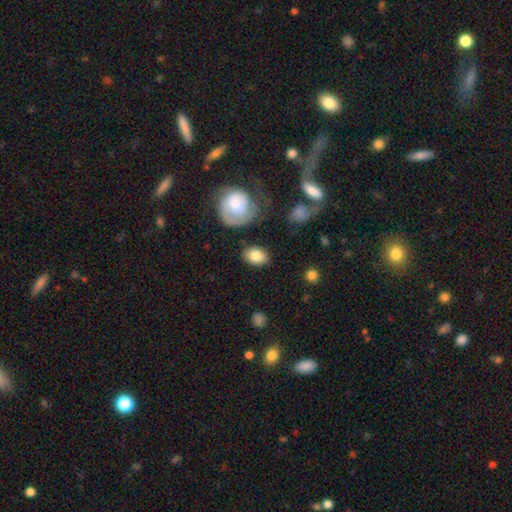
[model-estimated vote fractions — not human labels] smooth-or-featured: smooth: 80% | featured or disk: 13% | star or artifact: 7%
  how-rounded: in between: 76% | round: 23% | cigar-shaped: 1%
  merging: none: 81% | minor disturbance: 12% | major disturbance: 4% | merger: 3%